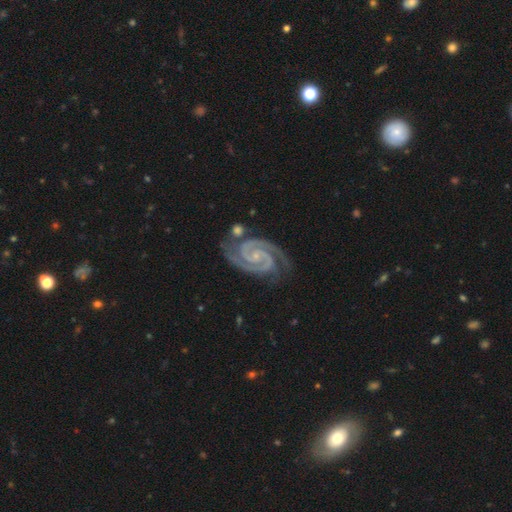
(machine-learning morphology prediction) smooth-or-featured: featured or disk: 94% | star or artifact: 4% | smooth: 2%
  disk-edge-on: no: 98% | yes: 2%
    bar: no: 51% | weak: 34% | strong: 15%
    has-spiral-arms: yes: 99% | no: 1%
      spiral-winding: tight: 63% | medium: 33% | loose: 3%
      spiral-arm-count: 2: 92% | 3: 3% | can't tell: 1% | 4: 1% | 1: 1% | more than 4: 1%
    bulge-size: small: 76% | moderate: 14% | none: 9% | large: 1% | dominant: 1%
  merging: none: 76% | minor disturbance: 15% | merger: 5% | major disturbance: 4%